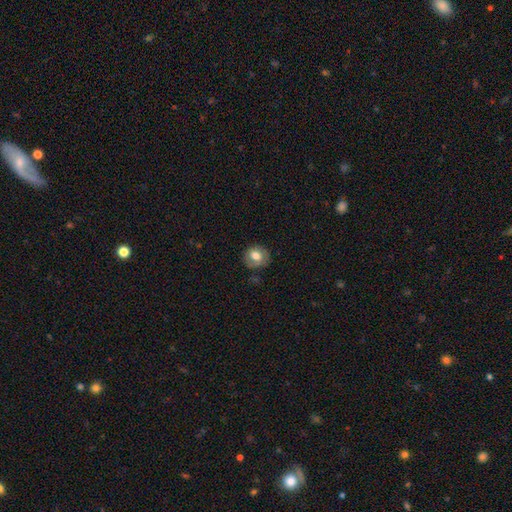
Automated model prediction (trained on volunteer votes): Smooth or featured? Predicted: smooth (p=0.71). How rounded? Predicted: round (p=0.78). Merging? Predicted: none (p=0.75).